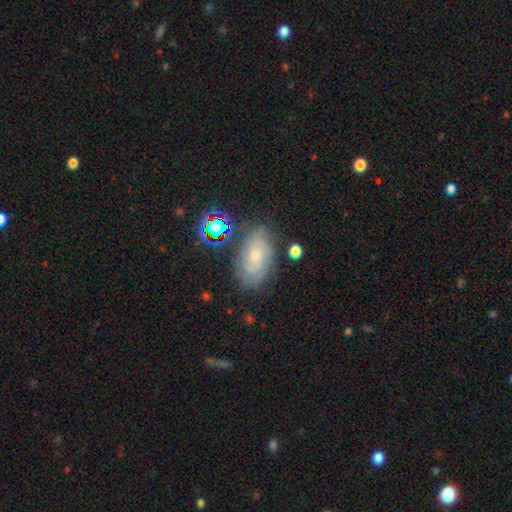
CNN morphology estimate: A featured or disk galaxy (71%) with no bar (73%), tight (66%) spiral arms (93%) and a small central bulge (70%).

Vote fractions:
- Smooth or featured? featured or disk: 71% / smooth: 18% / star or artifact: 11%
- Edge-on disk? no: 96% / yes: 4%
- Bar? no: 73% / weak: 23% / strong: 4%
- Spiral arms? yes: 93% / no: 7%
- Spiral winding? tight: 66% / medium: 27% / loose: 7%
- Spiral arm count? can't tell: 36% / 2: 30% / 3: 17% / 4: 7% / 1: 4% / more than 4: 4%
- Bulge size? small: 70% / moderate: 26% / none: 2% / large: 1% / dominant: 1%
- Merging? none: 74% / minor disturbance: 17% / major disturbance: 6% / merger: 3%